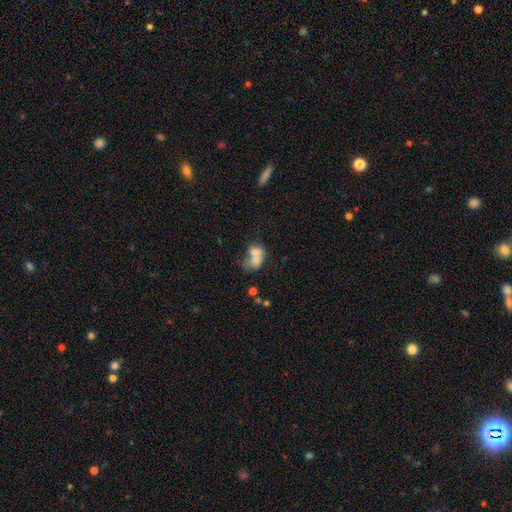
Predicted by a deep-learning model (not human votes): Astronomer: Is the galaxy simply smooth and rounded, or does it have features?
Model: smooth — 64%.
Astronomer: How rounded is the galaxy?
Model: in between — 69%.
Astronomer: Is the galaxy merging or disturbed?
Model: merger — 69%.